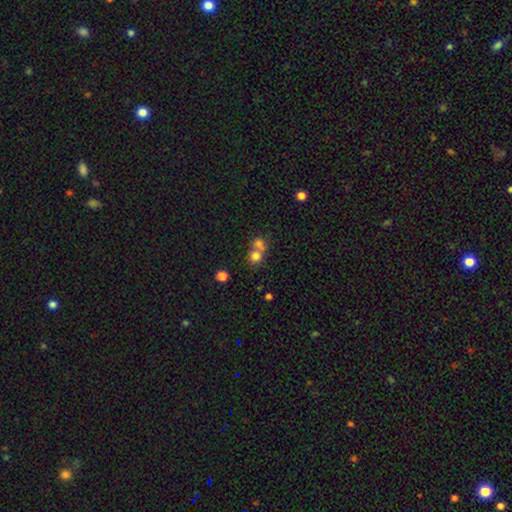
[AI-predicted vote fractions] Smooth or featured? Predicted: smooth (p=0.73). How rounded? Predicted: round (p=0.77). Merging? Predicted: merger (p=0.55).